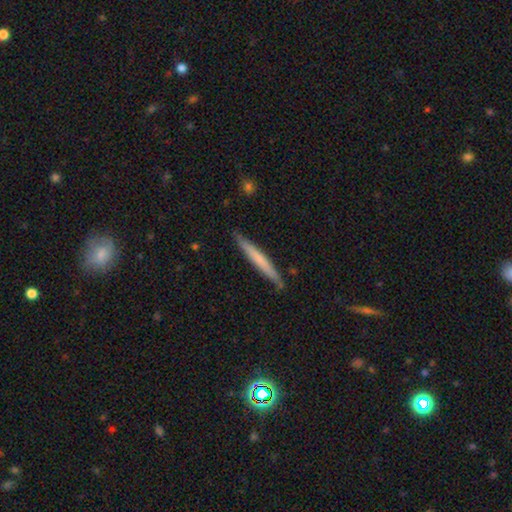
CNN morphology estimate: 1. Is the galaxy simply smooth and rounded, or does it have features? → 56% smooth, 38% featured or disk, 5% star or artifact.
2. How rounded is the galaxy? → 97% cigar-shaped, 2% in between, 1% round.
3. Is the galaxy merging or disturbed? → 88% none, 9% minor disturbance, 1% major disturbance, 1% merger.